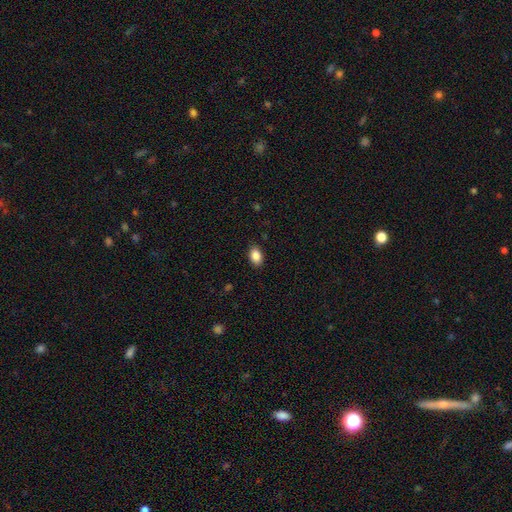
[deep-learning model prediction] Smooth or featured: smooth — 88% (star or artifact — 8%)
How rounded: in between — 85% (round — 14%)
Merging: none — 88% (minor disturbance — 9%)